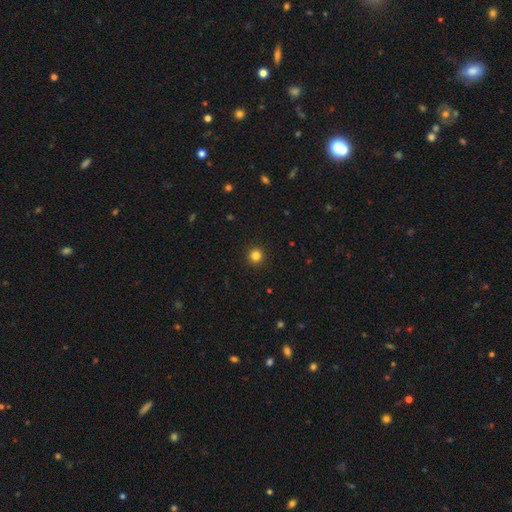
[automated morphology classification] Smooth or featured? Predicted: smooth (p=0.83). How rounded? Predicted: round (p=0.95). Merging? Predicted: none (p=0.93).